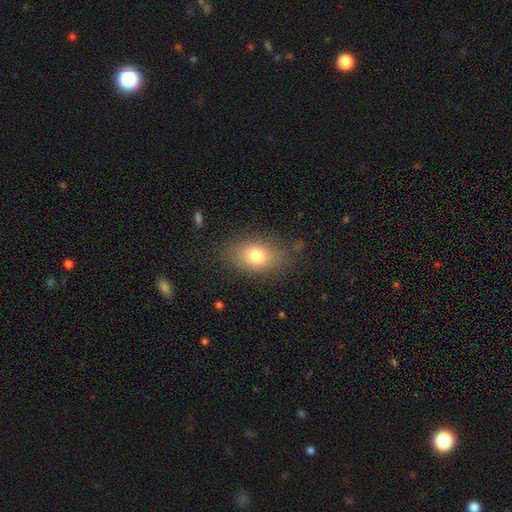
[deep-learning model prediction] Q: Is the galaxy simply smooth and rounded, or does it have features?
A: smooth — 77%.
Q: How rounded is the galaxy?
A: in between — 77%.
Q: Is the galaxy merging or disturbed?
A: none — 77%.